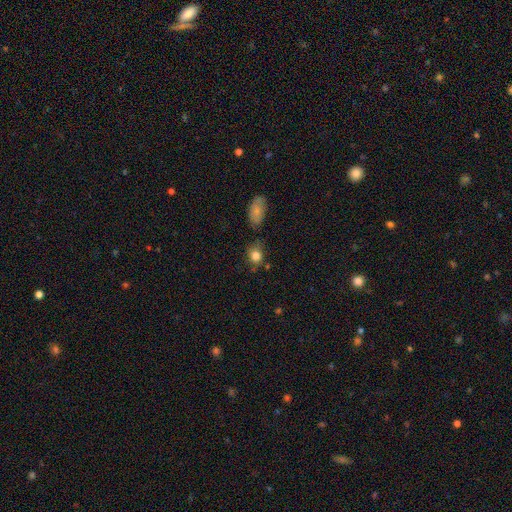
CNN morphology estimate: This is clearly a smooth galaxy (82%). How rounded: likely round (61%). Merging: likely none (65%).